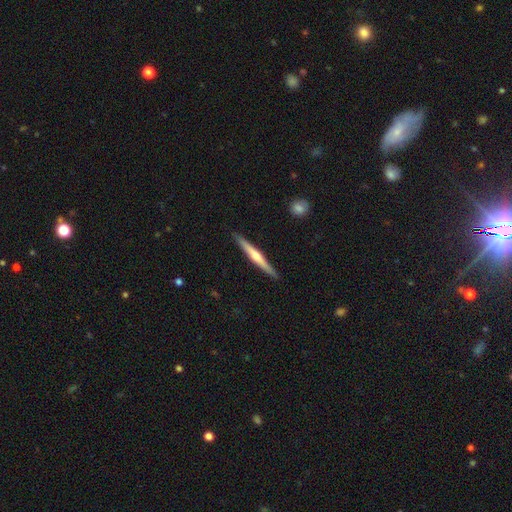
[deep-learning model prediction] A featured or disk galaxy (63%) viewed edge-on (98%) with a rounded central bulge (77%).

Vote fractions:
- Smooth or featured? featured or disk: 63% / smooth: 32% / star or artifact: 5%
- Edge-on disk? yes: 98% / no: 2%
- Edge-on bulge? rounded: 77% / none: 17% / boxy: 6%
- Merging? none: 91% / minor disturbance: 7% / major disturbance: 1% / merger: 1%